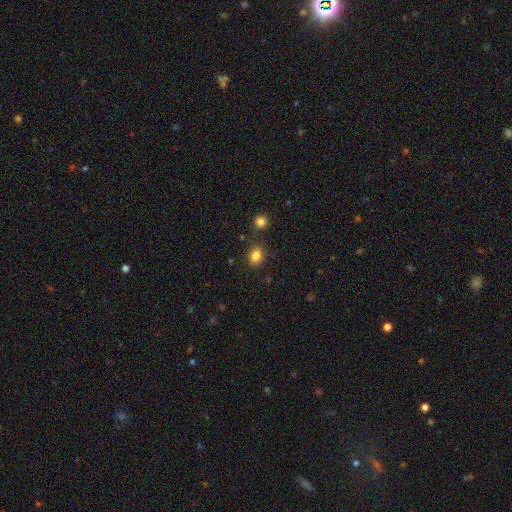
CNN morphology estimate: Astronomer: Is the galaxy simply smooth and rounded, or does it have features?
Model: smooth — 84%.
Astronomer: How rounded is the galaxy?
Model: in between — 53% (runner-up: round, 46%).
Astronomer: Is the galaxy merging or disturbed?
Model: none — 82%.